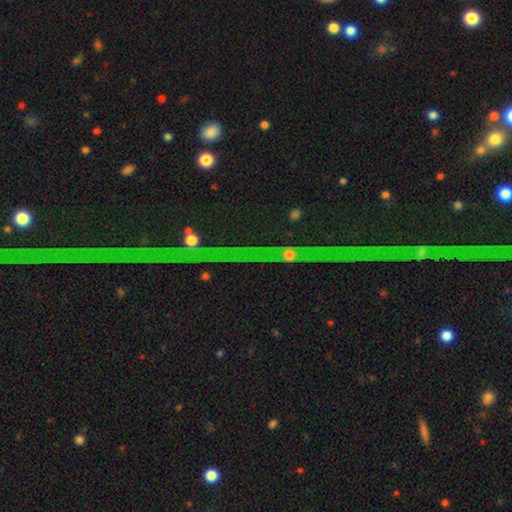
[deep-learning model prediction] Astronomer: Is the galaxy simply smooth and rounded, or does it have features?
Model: star or artifact — 80%.